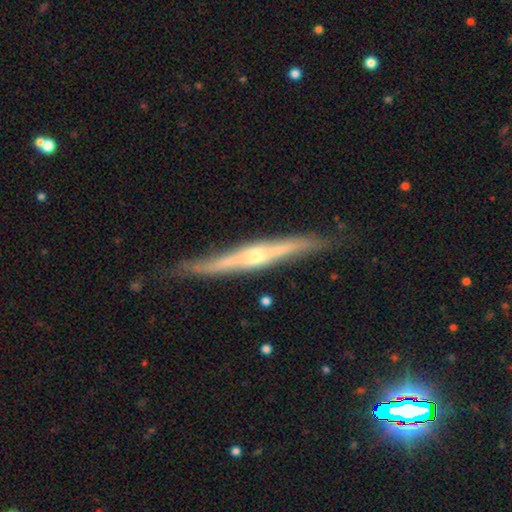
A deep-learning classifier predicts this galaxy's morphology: Smooth or featured?
  - featured or disk: 78% *
  - smooth: 16%
  - star or artifact: 6%
Edge-on disk?
  - yes: 95% *
  - no: 5%
Edge-on bulge?
  - rounded: 81% *
  - none: 13%
  - boxy: 6%
Merging?
  - none: 80% *
  - minor disturbance: 16%
  - major disturbance: 3%
  - merger: 2%